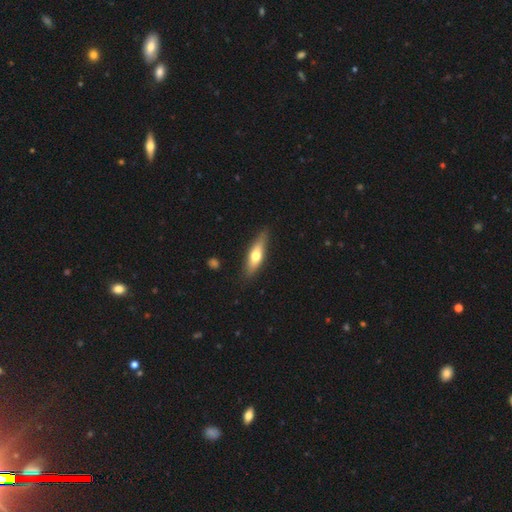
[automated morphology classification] Smooth or featured? smooth (56%)
How rounded? cigar-shaped (59%)
Merging? none (84%)